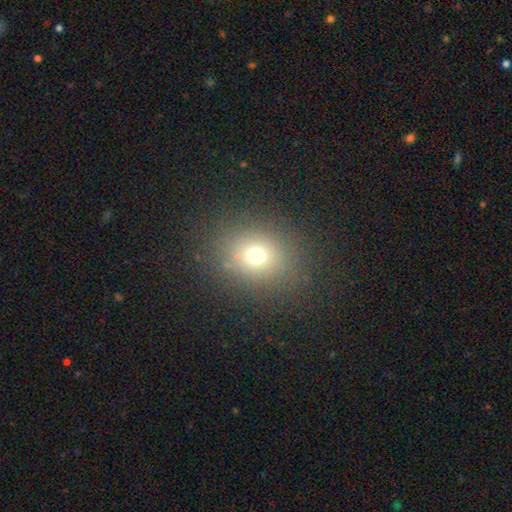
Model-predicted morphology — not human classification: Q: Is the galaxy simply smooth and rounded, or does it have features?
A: smooth — 70%.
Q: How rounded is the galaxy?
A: round — 69%.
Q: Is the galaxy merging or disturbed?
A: none — 85%.